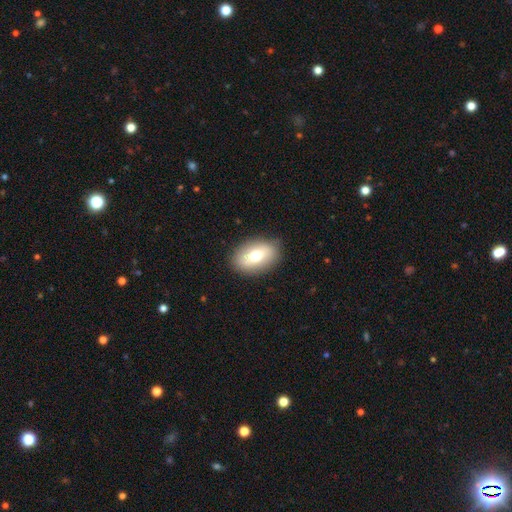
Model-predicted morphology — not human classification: Smooth or featured: smooth — 69% (featured or disk — 23%)
How rounded: in between — 86% (round — 12%)
Merging: none — 85% (minor disturbance — 11%)